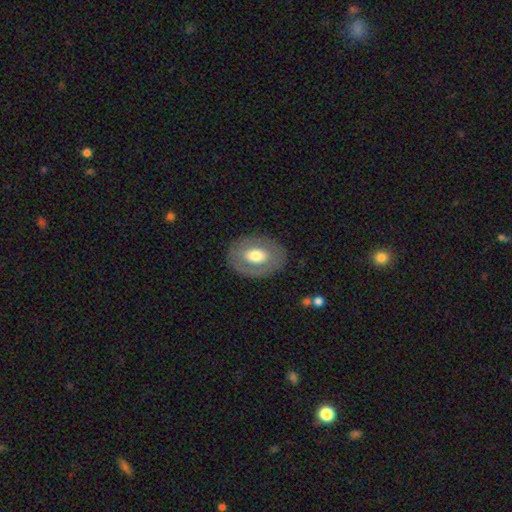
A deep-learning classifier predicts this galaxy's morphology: Smooth or featured? Predicted: smooth (p=0.50). How rounded? Predicted: in between (p=0.74). Merging? Predicted: none (p=0.82).